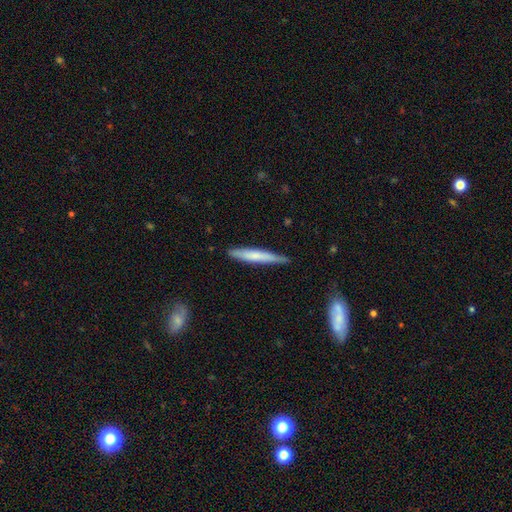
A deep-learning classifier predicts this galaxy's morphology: type=smooth (61%); roundness=cigar-shaped (95%); merging=none (82%).